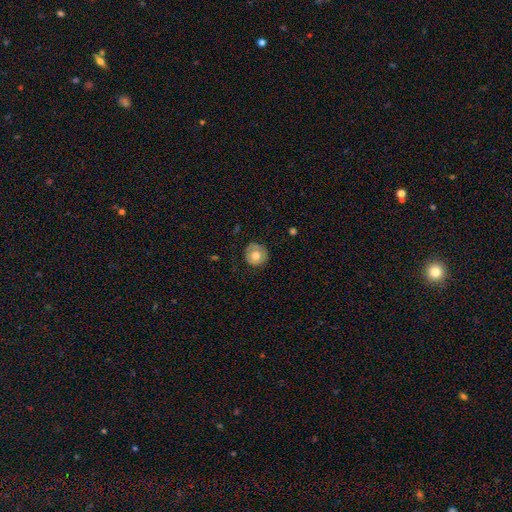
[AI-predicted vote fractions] smooth 69%, featured or disk 24%, star or artifact 8%. Down the decision tree: how rounded — round (93%); merging — none (81%).